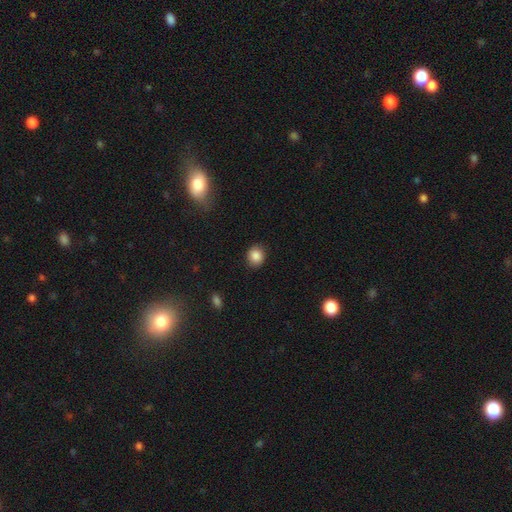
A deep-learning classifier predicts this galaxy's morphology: smooth 87%, star or artifact 9%, featured or disk 4%. Down the decision tree: how rounded — round (74%); merging — none (88%).